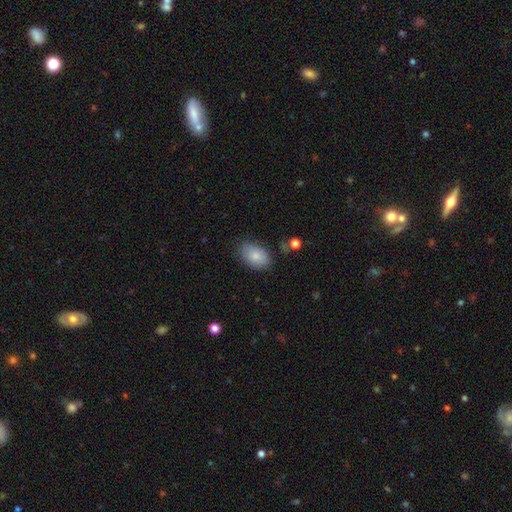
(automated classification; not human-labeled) Smooth or featured? smooth (81%)
How rounded? in between (86%)
Merging? none (73%)